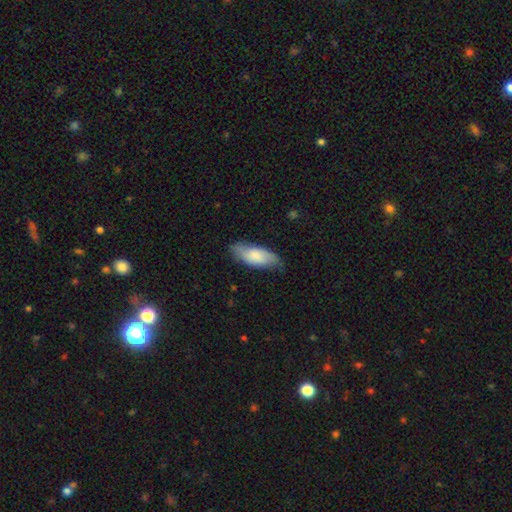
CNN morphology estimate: smooth_or_featured: smooth (p=0.66) [alt: featured or disk p=0.28]
how_rounded: in between (p=0.76) [alt: cigar-shaped p=0.22]
merging: none (p=0.68) [alt: minor disturbance p=0.25]